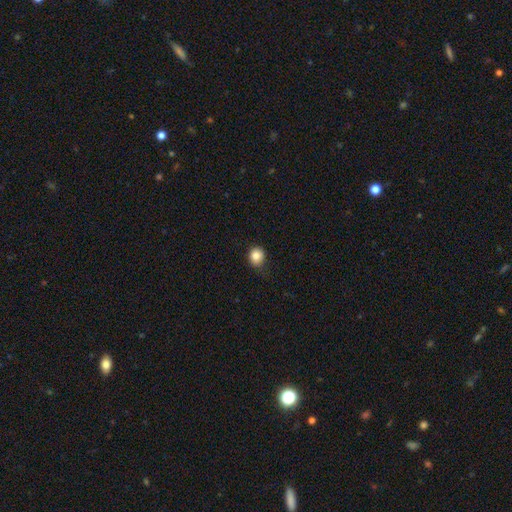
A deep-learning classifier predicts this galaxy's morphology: Smooth or featured? smooth (84%)
How rounded? round (80%)
Merging? none (78%)